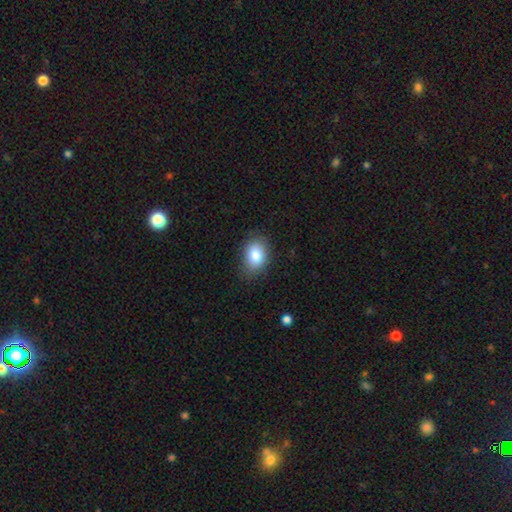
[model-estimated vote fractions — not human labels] Smooth or featured? Predicted: smooth (p=0.83). How rounded? Predicted: in between (p=0.76). Merging? Predicted: none (p=0.80).